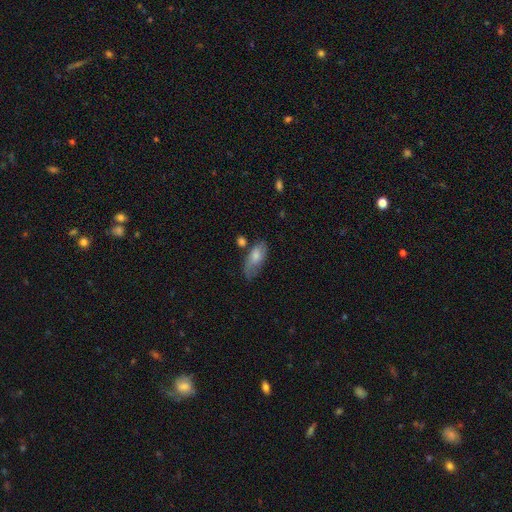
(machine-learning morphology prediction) A smooth galaxy with no disk features (72%) that is in between round and cigar-shaped (86%). Merging: none (53%).